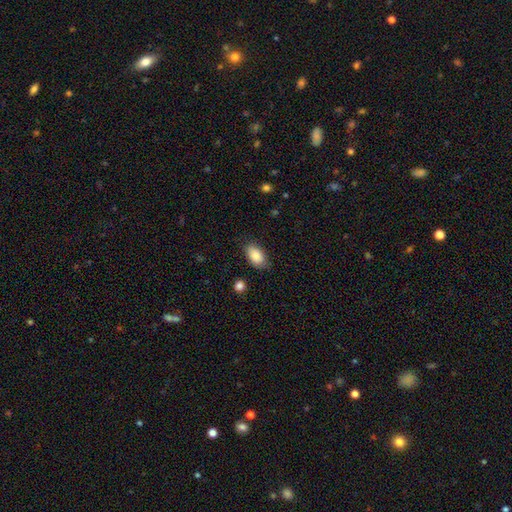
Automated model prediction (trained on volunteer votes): A smooth galaxy with no disk features (87%) that is in between round and cigar-shaped (92%).

Vote fractions:
- Smooth or featured? smooth: 87% / star or artifact: 7% / featured or disk: 6%
- How rounded? in between: 92% / round: 6% / cigar-shaped: 2%
- Merging? none: 78% / minor disturbance: 17% / major disturbance: 3% / merger: 2%